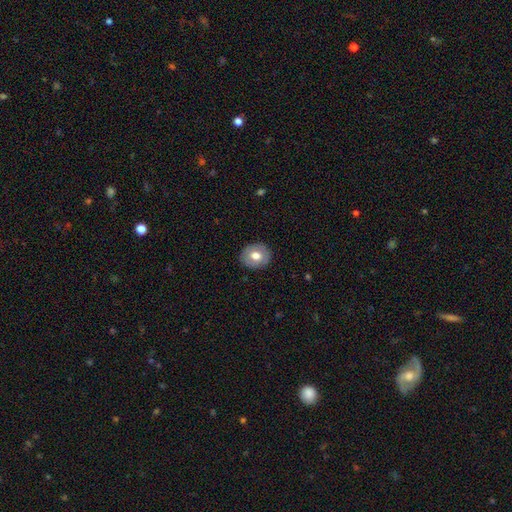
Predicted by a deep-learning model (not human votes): Smooth or featured? Predicted: smooth (p=0.70). How rounded? Predicted: round (p=0.75). Merging? Predicted: none (p=0.88).